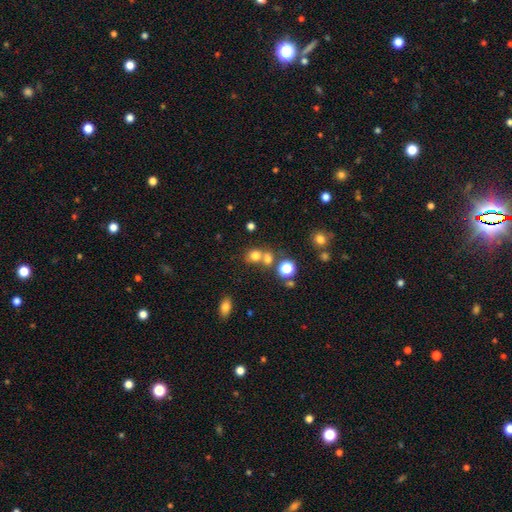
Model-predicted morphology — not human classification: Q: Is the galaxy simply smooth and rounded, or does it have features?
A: smooth — 72%.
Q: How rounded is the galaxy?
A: round — 70%.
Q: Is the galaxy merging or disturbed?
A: none — 45%.